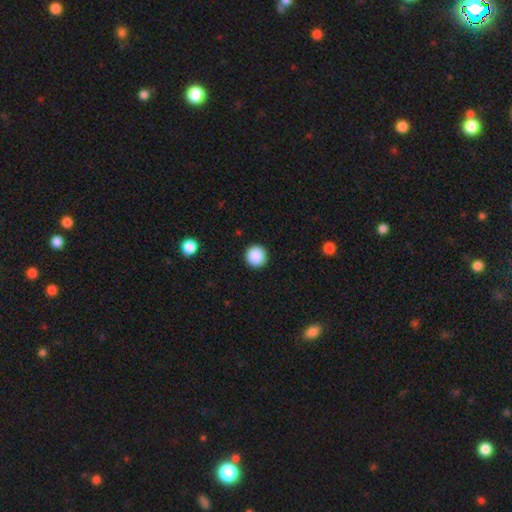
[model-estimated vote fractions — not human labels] Smooth or featured? smooth (89%)
How rounded? round (96%)
Merging? none (93%)